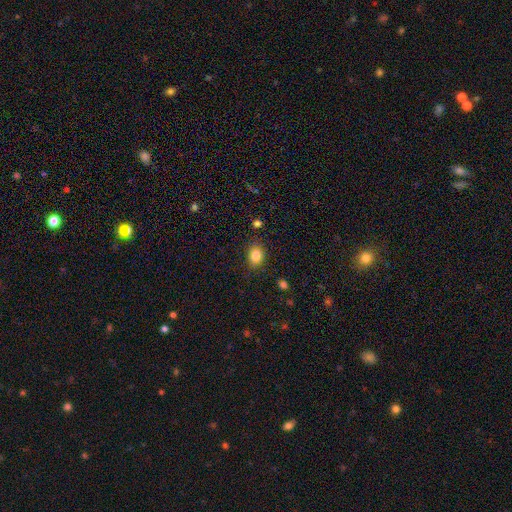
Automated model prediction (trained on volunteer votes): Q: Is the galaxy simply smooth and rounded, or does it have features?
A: smooth — 84%.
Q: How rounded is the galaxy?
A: in between — 61%.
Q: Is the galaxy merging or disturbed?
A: none — 85%.